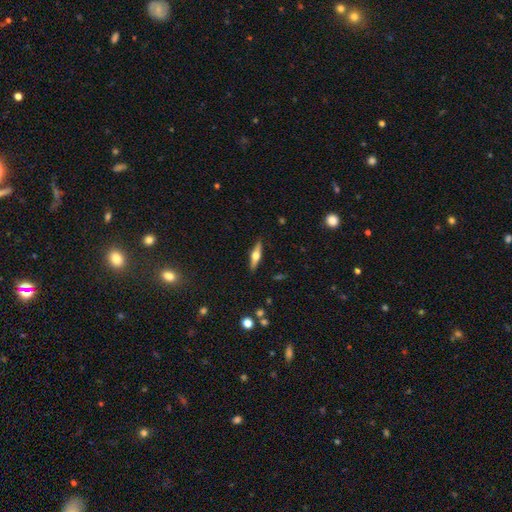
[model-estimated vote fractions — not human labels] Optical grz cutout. It shows a featured or disk galaxy (62%) viewed edge-on (95%) with a rounded central bulge (94%). Merging: none (90%).